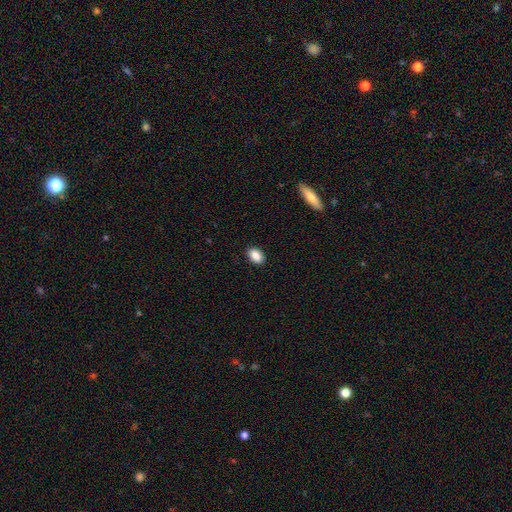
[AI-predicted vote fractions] Smooth or featured? smooth (88%)
How rounded? in between (85%)
Merging? none (89%)